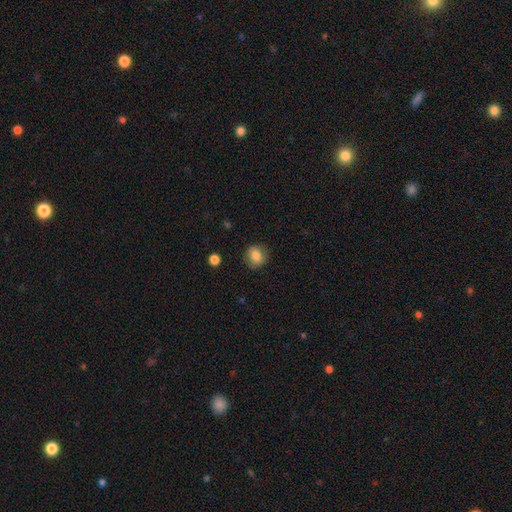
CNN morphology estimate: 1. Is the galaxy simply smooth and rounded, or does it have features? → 81% smooth, 10% featured or disk, 9% star or artifact.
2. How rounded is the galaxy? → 80% round, 19% in between, 1% cigar-shaped.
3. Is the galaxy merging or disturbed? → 85% none, 11% minor disturbance, 3% major disturbance, 1% merger.